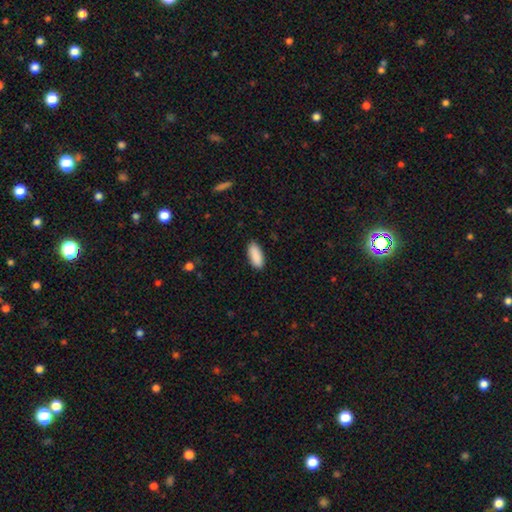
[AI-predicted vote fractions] A smooth galaxy with no disk features (91%) that is in between round and cigar-shaped (84%). Merging: none (90%).